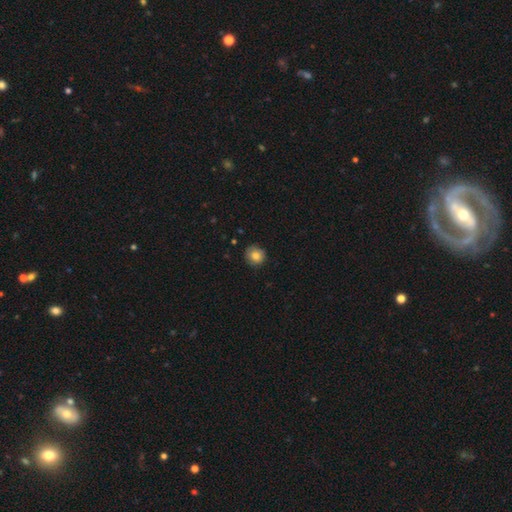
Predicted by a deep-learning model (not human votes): The model was most divided on "merging": none: 83%, minor disturbance: 13%, major disturbance: 2%, merger: 1%. More confident: how rounded — round (88%); smooth or featured — smooth (83%).